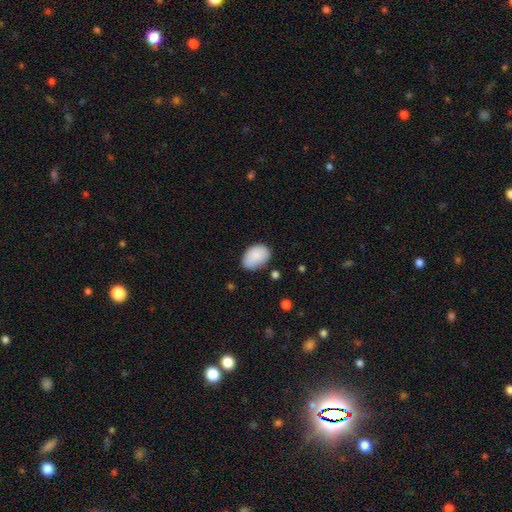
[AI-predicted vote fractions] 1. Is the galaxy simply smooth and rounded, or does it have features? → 88% smooth, 7% star or artifact, 5% featured or disk.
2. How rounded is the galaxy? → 86% in between, 13% round, 1% cigar-shaped.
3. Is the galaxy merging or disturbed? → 70% none, 22% minor disturbance, 4% major disturbance, 3% merger.